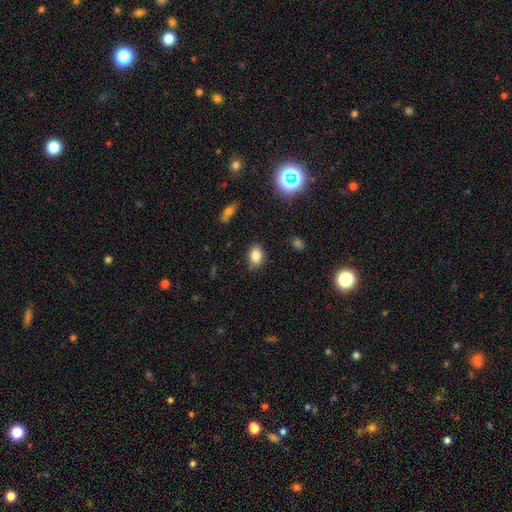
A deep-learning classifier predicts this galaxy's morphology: smooth_or_featured: smooth (p=0.83) [alt: star or artifact p=0.11]
how_rounded: in between (p=0.63) [alt: round p=0.36]
merging: none (p=0.77) [alt: minor disturbance p=0.17]